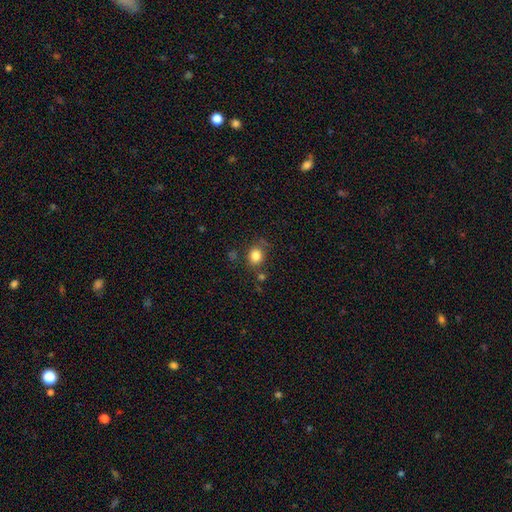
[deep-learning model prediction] This appears to be a smooth galaxy with no disk features (83%) that is round (72%). Merging: none (76%).